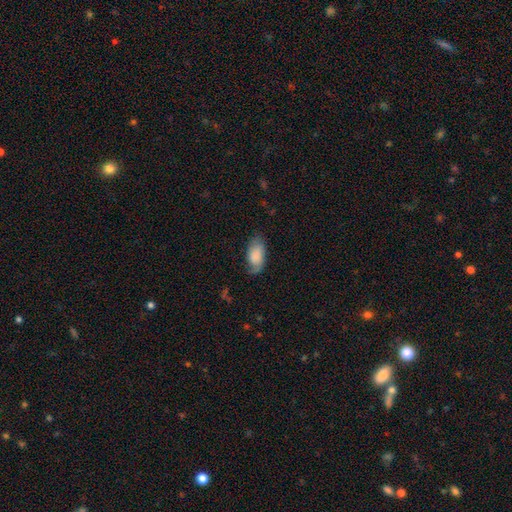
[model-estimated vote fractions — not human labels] A smooth galaxy with no disk features (74%) that is in between round and cigar-shaped (94%).

Vote fractions:
- Smooth or featured? smooth: 74% / featured or disk: 19% / star or artifact: 7%
- How rounded? in between: 94% / round: 3% / cigar-shaped: 3%
- Merging? none: 58% / minor disturbance: 29% / major disturbance: 12% / merger: 2%